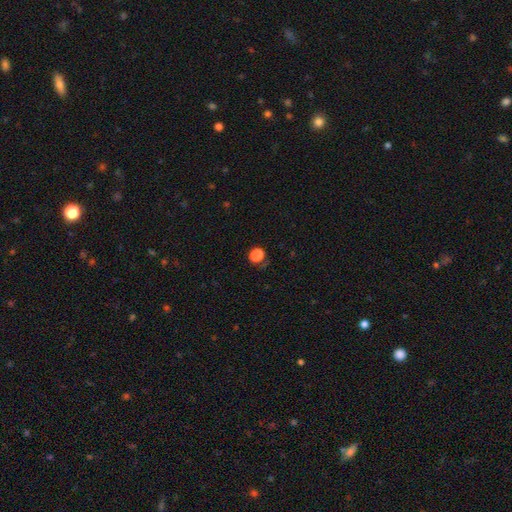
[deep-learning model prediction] Smooth or featured?
  - smooth: 79% *
  - star or artifact: 17%
  - featured or disk: 4%
How rounded?
  - round: 68% *
  - in between: 31%
  - cigar-shaped: 1%
Merging?
  - none: 79% *
  - minor disturbance: 13%
  - major disturbance: 5%
  - merger: 2%